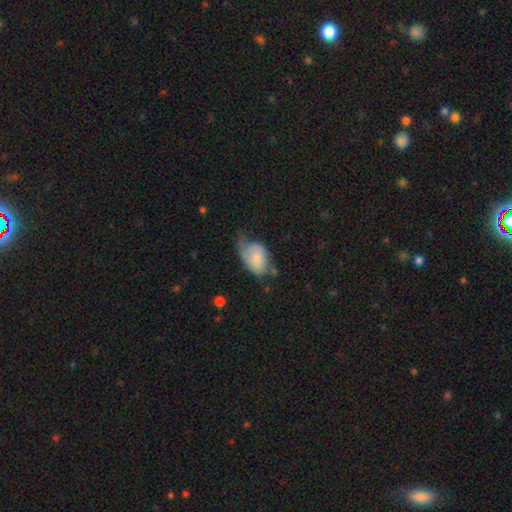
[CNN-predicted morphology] Overall: smooth (68%). How rounded: in between (87%). Merging: minor disturbance (40%; major disturbance 30%).